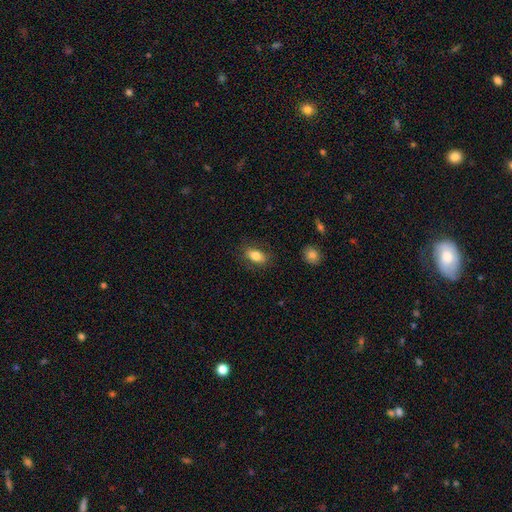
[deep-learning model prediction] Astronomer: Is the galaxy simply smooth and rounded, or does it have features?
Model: smooth — 82%.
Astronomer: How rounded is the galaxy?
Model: in between — 88%.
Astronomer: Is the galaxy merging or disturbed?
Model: none — 83%.